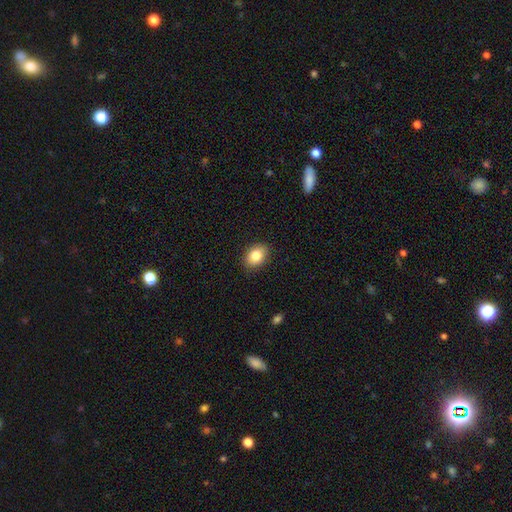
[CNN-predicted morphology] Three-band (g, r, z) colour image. It shows a smooth galaxy with no disk features (84%) that is in between round and cigar-shaped (76%). Merging: none (87%).